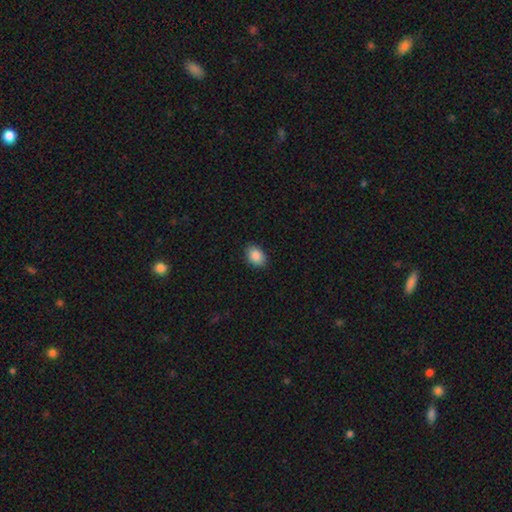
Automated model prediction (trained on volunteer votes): A smooth galaxy with no disk features (89%) that is in between round and cigar-shaped (83%). Merging: none (87%).